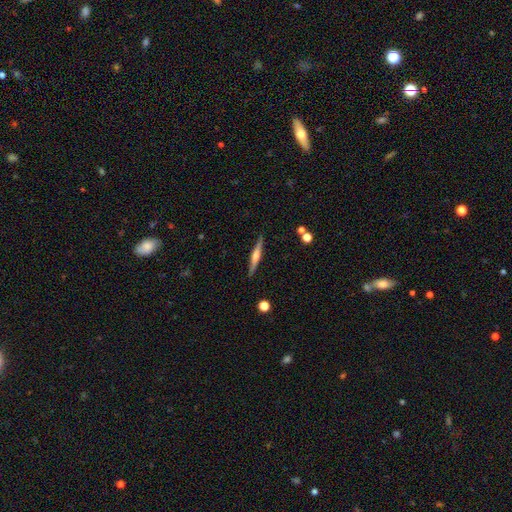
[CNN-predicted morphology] The model was most divided on "smooth or featured": featured or disk: 67%, smooth: 27%, star or artifact: 6%. More confident: edge-on disk — yes (98%); merging — none (90%); edge-on bulge — rounded (84%).